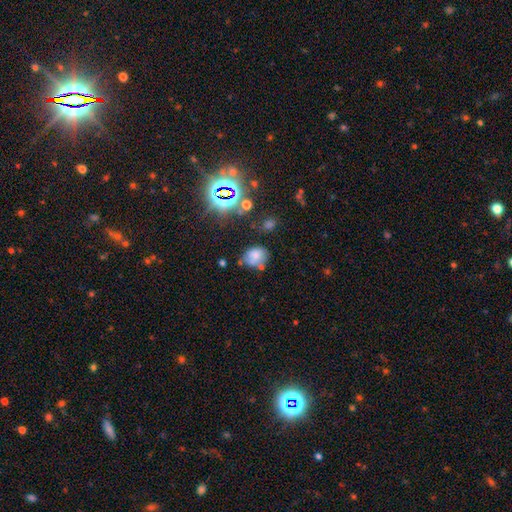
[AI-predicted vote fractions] smooth-or-featured: smooth: 65% | star or artifact: 18% | featured or disk: 17%
  how-rounded: in between: 59% | round: 39% | cigar-shaped: 1%
  merging: none: 53% | minor disturbance: 23% | merger: 15% | major disturbance: 9%